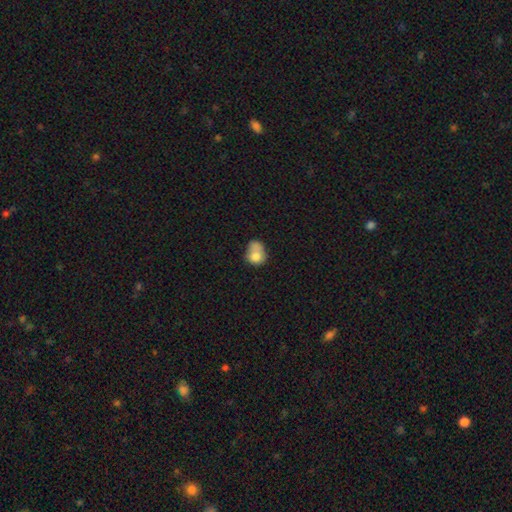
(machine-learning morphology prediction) A smooth galaxy with no disk features (75%) that is round (51%). Merging: merger (30%).